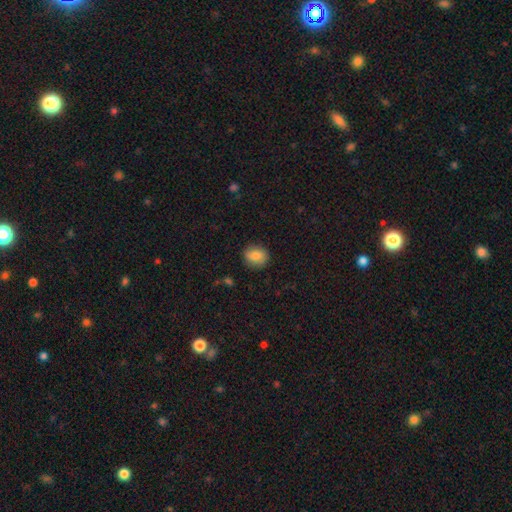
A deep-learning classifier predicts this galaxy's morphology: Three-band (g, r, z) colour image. It shows a smooth galaxy with no disk features (84%) that is round (64%). Merging: none (87%).